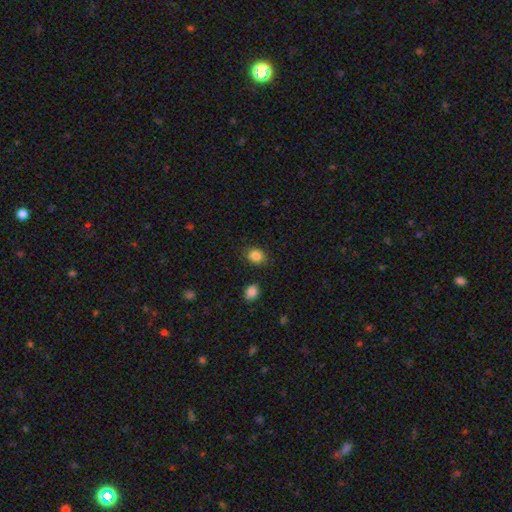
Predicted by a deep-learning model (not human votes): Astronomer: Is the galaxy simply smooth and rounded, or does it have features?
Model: smooth — 86%.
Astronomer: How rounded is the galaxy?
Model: round — 58% (runner-up: in between, 41%).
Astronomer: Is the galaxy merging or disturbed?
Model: none — 83%.